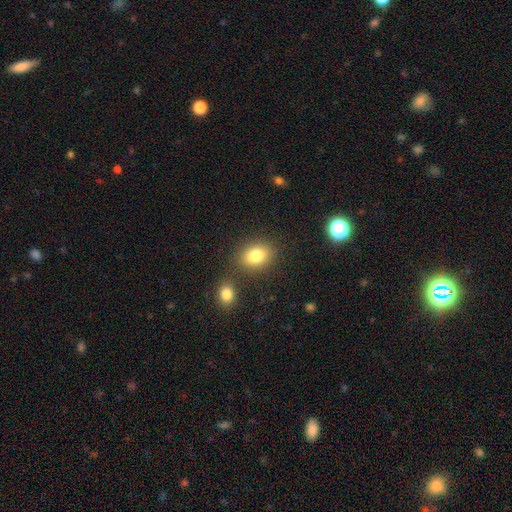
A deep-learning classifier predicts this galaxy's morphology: Q: Smooth or featured?
A: smooth (83%); runner-up: star or artifact (9%)
Q: How rounded?
A: in between (67%); runner-up: round (31%)
Q: Merging?
A: none (75%); runner-up: merger (12%)